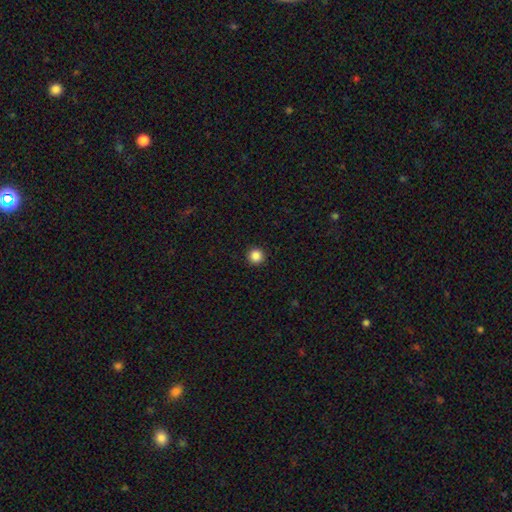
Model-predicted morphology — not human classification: Smooth or featured? Predicted: smooth (p=0.86). How rounded? Predicted: round (p=0.96). Merging? Predicted: none (p=0.93).